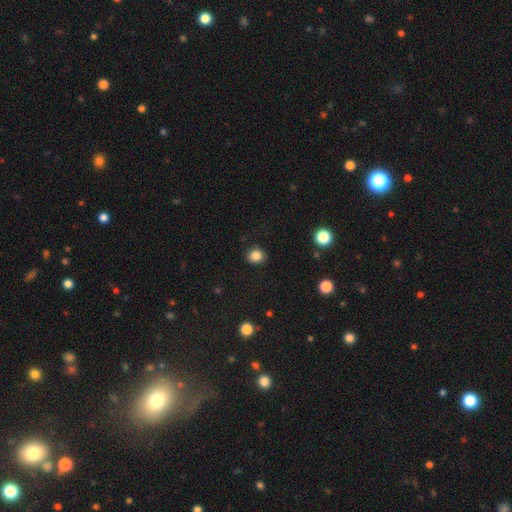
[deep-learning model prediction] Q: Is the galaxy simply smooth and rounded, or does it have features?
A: smooth — 84%.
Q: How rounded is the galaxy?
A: round — 71%.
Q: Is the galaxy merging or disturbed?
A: none — 89%.